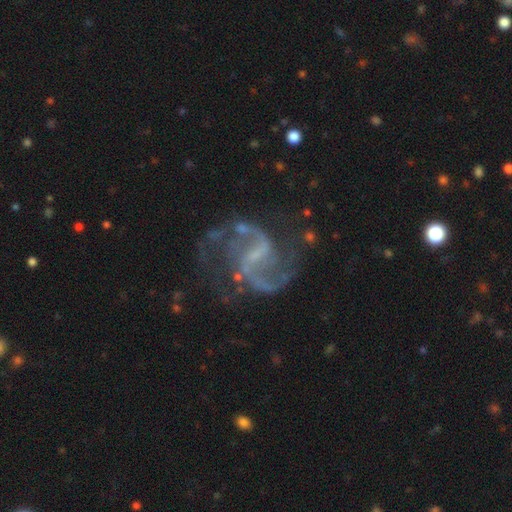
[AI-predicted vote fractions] Q: Smooth or featured?
A: featured or disk (91%); runner-up: star or artifact (6%)
Q: Edge-on disk?
A: no (98%); runner-up: yes (2%)
Q: Bar?
A: weak (56%); runner-up: strong (26%)
Q: Spiral arms?
A: yes (97%); runner-up: no (3%)
Q: Spiral winding?
A: medium (47%); runner-up: loose (45%)
Q: Spiral arm count?
A: 2 (90%); runner-up: can't tell (3%)
Q: Bulge size?
A: small (46%); runner-up: none (41%)
Q: Merging?
A: none (66%); runner-up: minor disturbance (17%)